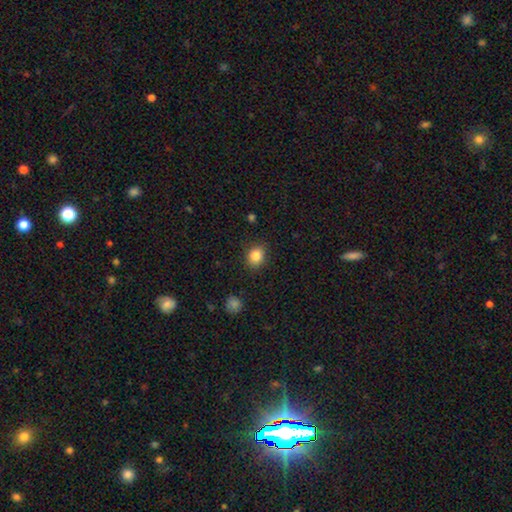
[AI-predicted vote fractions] Smooth or featured?
  - smooth: 84% *
  - star or artifact: 10%
  - featured or disk: 5%
How rounded?
  - round: 63% *
  - in between: 36%
  - cigar-shaped: 1%
Merging?
  - none: 85% *
  - minor disturbance: 11%
  - major disturbance: 3%
  - merger: 1%